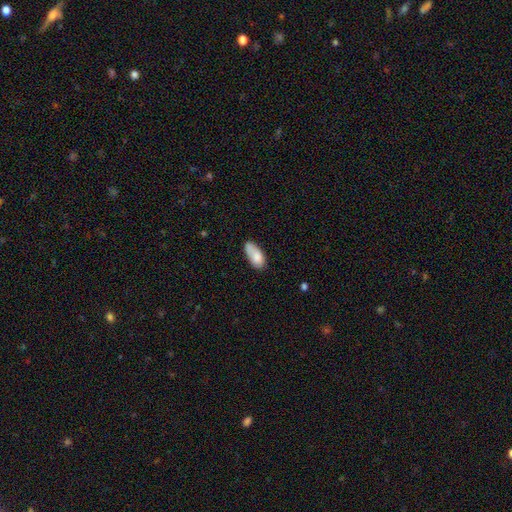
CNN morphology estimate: type=smooth (80%); roundness=in between (90%); merging=none (52%).